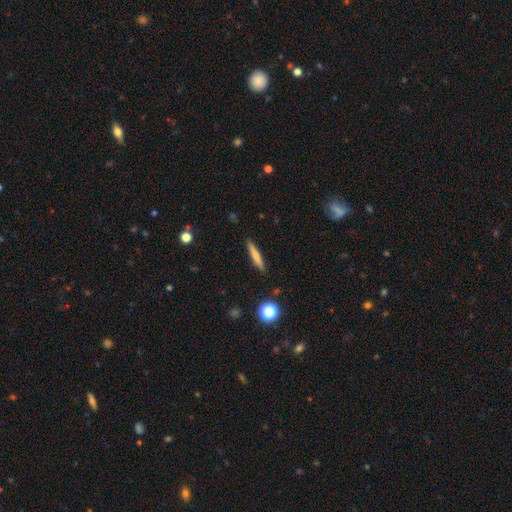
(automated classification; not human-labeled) This appears to be a smooth galaxy with no disk features (62%) that is cigar-shaped (92%). Merging: none (90%).